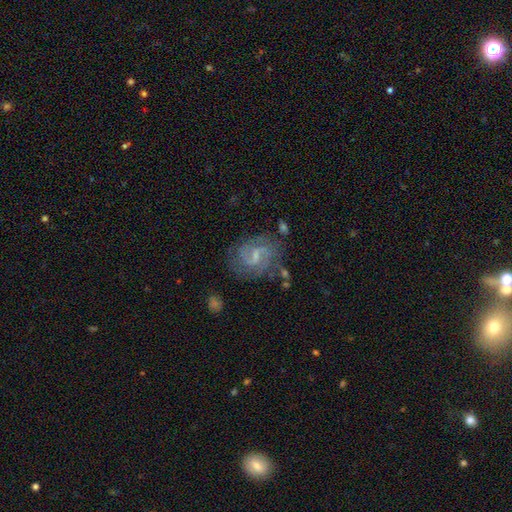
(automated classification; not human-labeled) The model was most divided on "spiral winding": medium: 48%, tight: 32%, loose: 20%. More confident: edge-on disk — no (97%); spiral arms — yes (92%); smooth or featured — featured or disk (79%); merging — none (67%); spiral arm count — 2 (65%); bar — weak (61%); bulge size — small (50%).